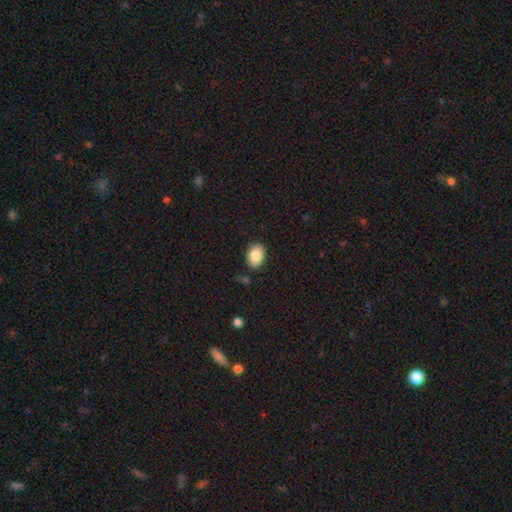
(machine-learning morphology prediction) This is clearly a smooth galaxy (85%). How rounded: likely in between (77%). Merging: clearly none (84%).